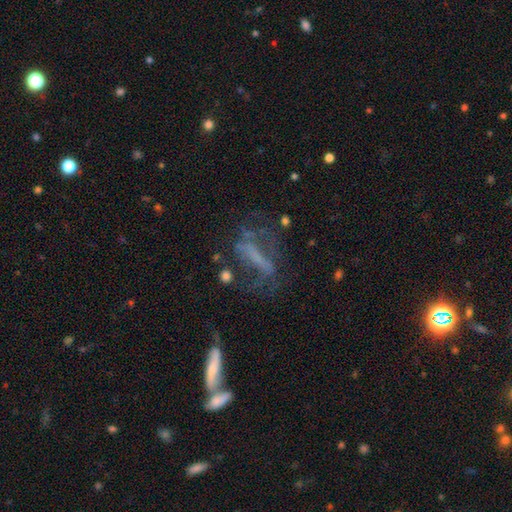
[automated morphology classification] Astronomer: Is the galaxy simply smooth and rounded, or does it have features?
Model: featured or disk — 57%.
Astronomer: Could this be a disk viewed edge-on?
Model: no — 77%.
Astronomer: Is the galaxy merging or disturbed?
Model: none — 45% (runner-up: major disturbance, 30%).